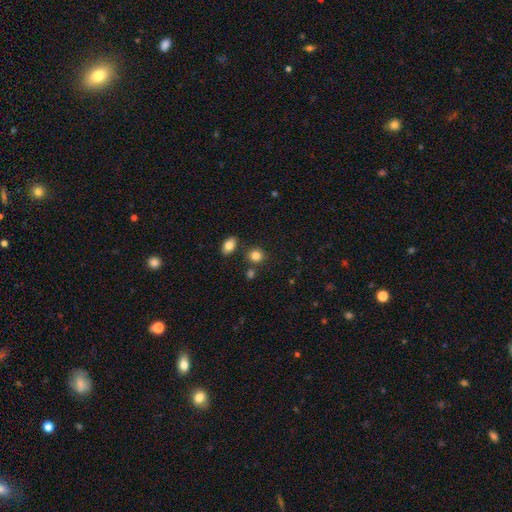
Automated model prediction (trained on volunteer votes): Smooth or featured?
  - smooth: 83% *
  - star or artifact: 11%
  - featured or disk: 5%
How rounded?
  - round: 82% *
  - in between: 17%
  - cigar-shaped: 1%
Merging?
  - none: 79% *
  - merger: 9%
  - minor disturbance: 9%
  - major disturbance: 3%